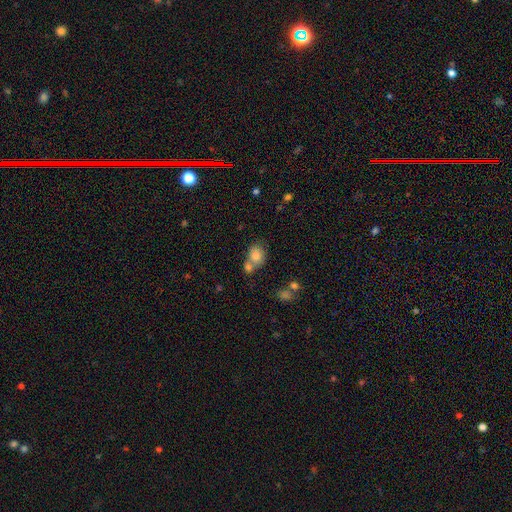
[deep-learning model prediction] A smooth galaxy with no disk features (81%) that is round (51%).

Vote fractions:
- Smooth or featured? smooth: 81% / featured or disk: 10% / star or artifact: 9%
- How rounded? round: 51% / in between: 47% / cigar-shaped: 1%
- Merging? merger: 44% / none: 40% / minor disturbance: 11% / major disturbance: 5%